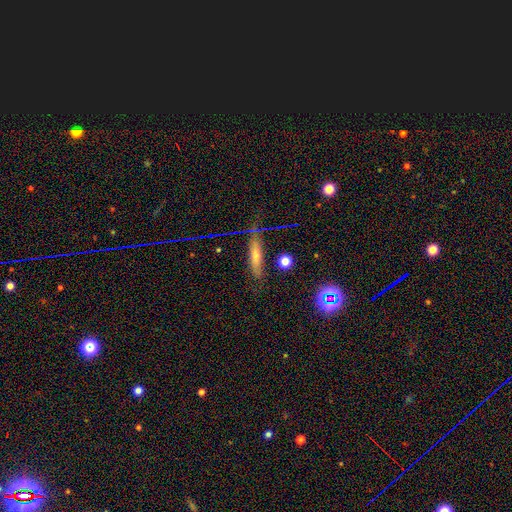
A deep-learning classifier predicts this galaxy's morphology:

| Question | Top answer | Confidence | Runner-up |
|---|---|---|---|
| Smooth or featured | smooth | 43% | featured or disk (41%) |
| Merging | none | 69% | minor disturbance (19%) |